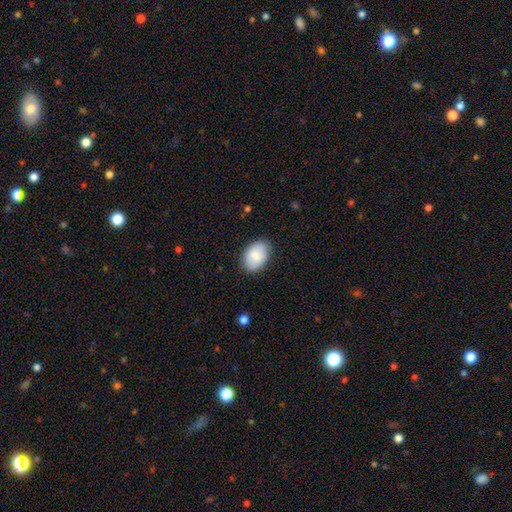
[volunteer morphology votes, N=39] smooth 82%, featured or disk 15%, star or artifact 3%. Down the decision tree: how rounded — in between (97%); merging — none (84%).